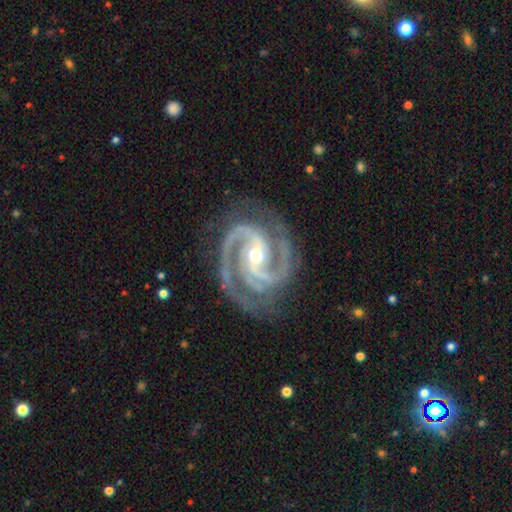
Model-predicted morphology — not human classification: smooth-or-featured: featured or disk: 95% | star or artifact: 4% | smooth: 2%
  disk-edge-on: no: 98% | yes: 2%
    bar: no: 36% | weak: 33% | strong: 31%
    has-spiral-arms: yes: 99% | no: 1%
      spiral-winding: tight: 54% | medium: 42% | loose: 4%
      spiral-arm-count: 2: 56% | 3: 34% | 4: 3% | can't tell: 3% | 1: 2% | more than 4: 2%
    bulge-size: moderate: 66% | small: 30% | large: 3% | none: 1% | dominant: 1%
  merging: none: 78% | minor disturbance: 15% | major disturbance: 5% | merger: 1%